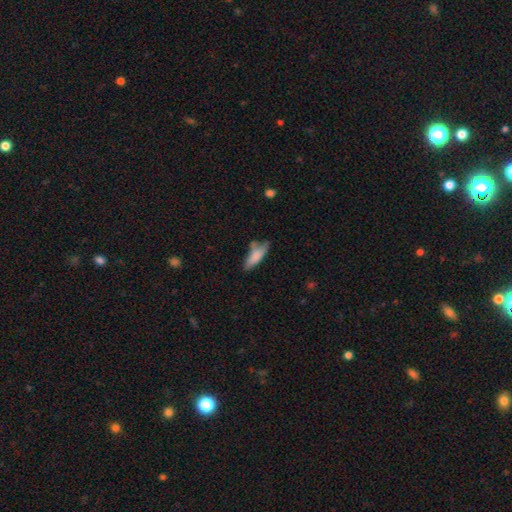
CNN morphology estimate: Smooth or featured?
  - smooth: 77% *
  - featured or disk: 16%
  - star or artifact: 7%
How rounded?
  - in between: 52% *
  - cigar-shaped: 46%
  - round: 2%
Merging?
  - none: 48% *
  - minor disturbance: 29%
  - merger: 12%
  - major disturbance: 11%